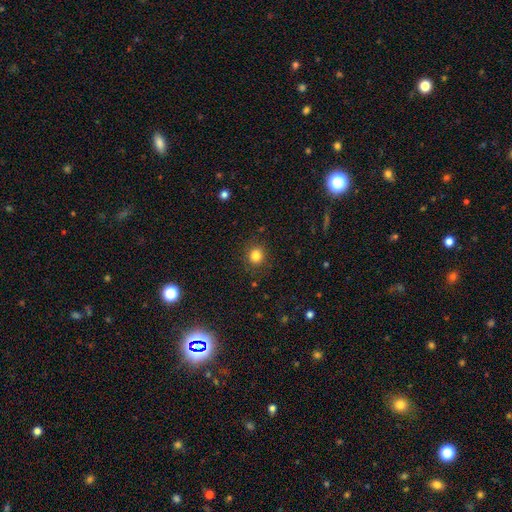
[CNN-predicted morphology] Smooth or featured: smooth — 83% (star or artifact — 12%)
How rounded: round — 83% (in between — 16%)
Merging: none — 87% (minor disturbance — 9%)